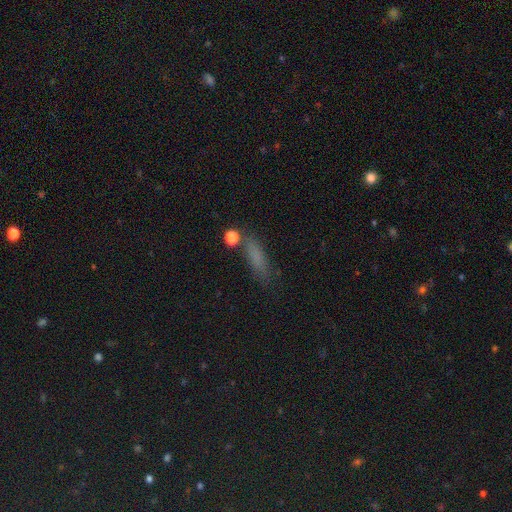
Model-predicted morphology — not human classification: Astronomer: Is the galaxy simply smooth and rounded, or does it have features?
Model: smooth — 69%.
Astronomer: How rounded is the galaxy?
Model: cigar-shaped — 57% (runner-up: in between, 37%).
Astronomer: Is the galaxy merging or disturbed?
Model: none — 68%.